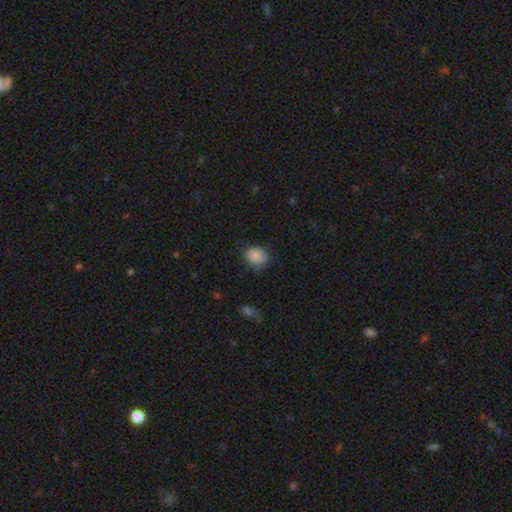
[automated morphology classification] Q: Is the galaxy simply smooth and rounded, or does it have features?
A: smooth — 86%.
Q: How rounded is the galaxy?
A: round — 60%.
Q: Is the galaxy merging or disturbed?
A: none — 70%.